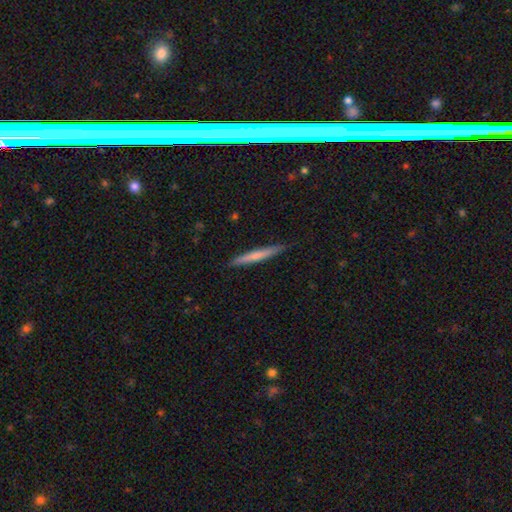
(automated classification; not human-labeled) Smooth or featured?
  - smooth: 61% *
  - featured or disk: 34%
  - star or artifact: 5%
How rounded?
  - cigar-shaped: 96% *
  - in between: 3%
  - round: 1%
Merging?
  - none: 88% *
  - minor disturbance: 9%
  - major disturbance: 2%
  - merger: 1%